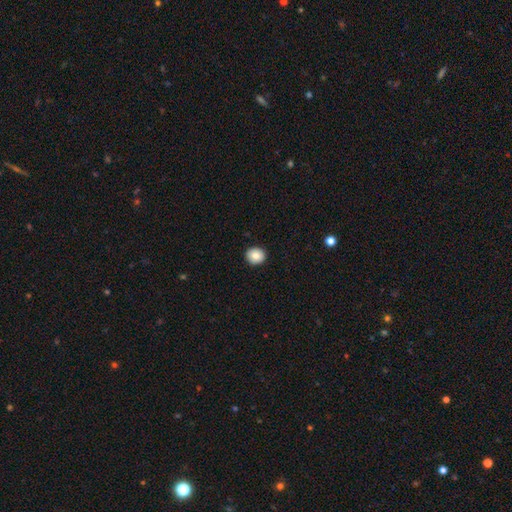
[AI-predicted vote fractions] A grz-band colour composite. It shows a smooth galaxy with no disk features (80%) that is round (82%). Merging: none (92%).